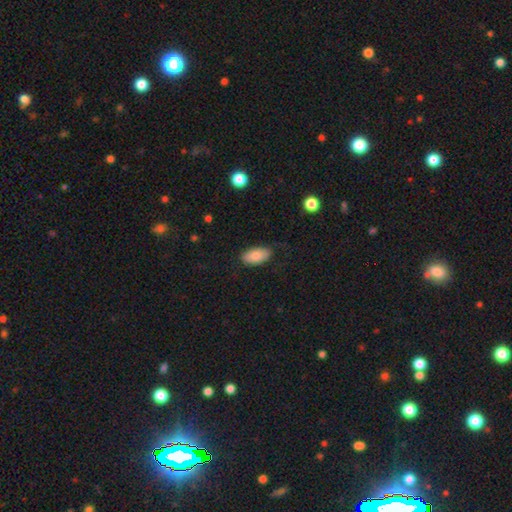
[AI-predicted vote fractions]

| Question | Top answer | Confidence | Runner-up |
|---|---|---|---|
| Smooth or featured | smooth | 82% | featured or disk (11%) |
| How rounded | in between | 93% | round (3%) |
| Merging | none | 77% | minor disturbance (18%) |